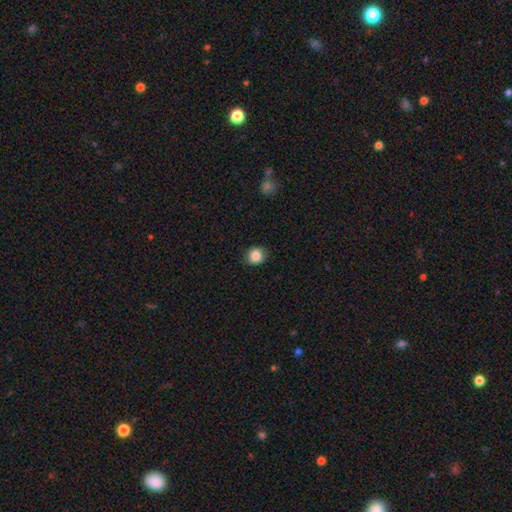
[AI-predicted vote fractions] smooth_or_featured: smooth (p=0.86) [alt: star or artifact p=0.09]
how_rounded: round (p=0.82) [alt: in between p=0.17]
merging: none (p=0.86) [alt: minor disturbance p=0.10]